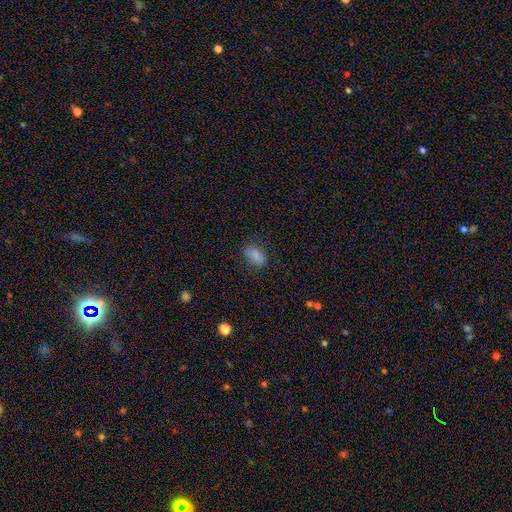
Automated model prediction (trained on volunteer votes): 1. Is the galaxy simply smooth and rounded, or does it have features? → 85% smooth, 10% star or artifact, 5% featured or disk.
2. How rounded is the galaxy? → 89% in between, 9% round, 3% cigar-shaped.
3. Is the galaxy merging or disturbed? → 81% none, 14% minor disturbance, 4% major disturbance, 1% merger.